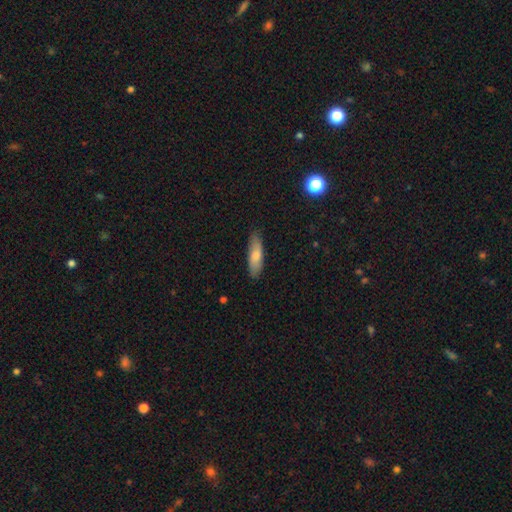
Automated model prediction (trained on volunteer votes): smooth-or-featured: smooth: 77% | featured or disk: 17% | star or artifact: 6%
  how-rounded: cigar-shaped: 52% | in between: 46% | round: 2%
  merging: none: 83% | minor disturbance: 13% | major disturbance: 2% | merger: 1%